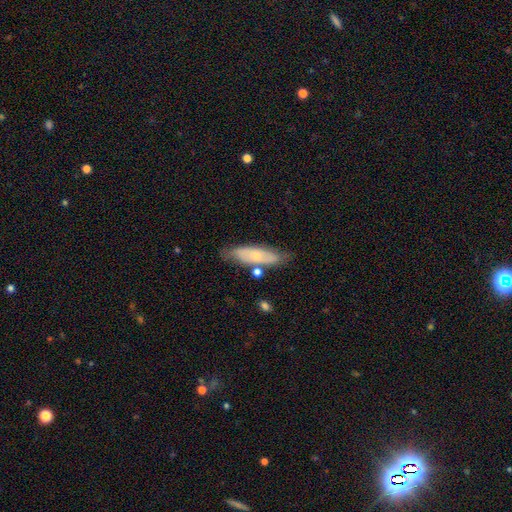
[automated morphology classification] smooth-or-featured: smooth: 52% | featured or disk: 42% | star or artifact: 6%
  how-rounded: cigar-shaped: 50% | in between: 48% | round: 2%
  merging: none: 72% | minor disturbance: 18% | merger: 6% | major disturbance: 4%